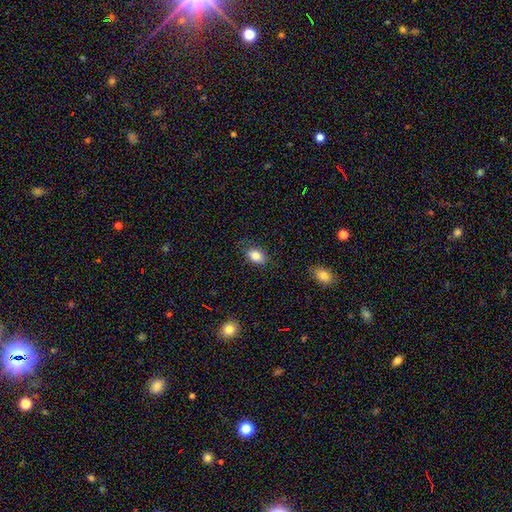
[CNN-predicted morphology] Smooth or featured: smooth — 84% (star or artifact — 9%)
How rounded: in between — 83% (round — 16%)
Merging: none — 81% (minor disturbance — 14%)